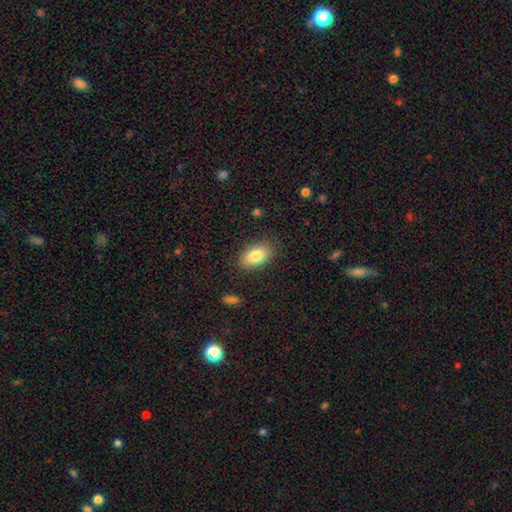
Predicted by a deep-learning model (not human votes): smooth-or-featured: smooth: 84% | featured or disk: 9% | star or artifact: 7%
  how-rounded: in between: 92% | round: 5% | cigar-shaped: 2%
  merging: none: 85% | minor disturbance: 11% | major disturbance: 3% | merger: 1%